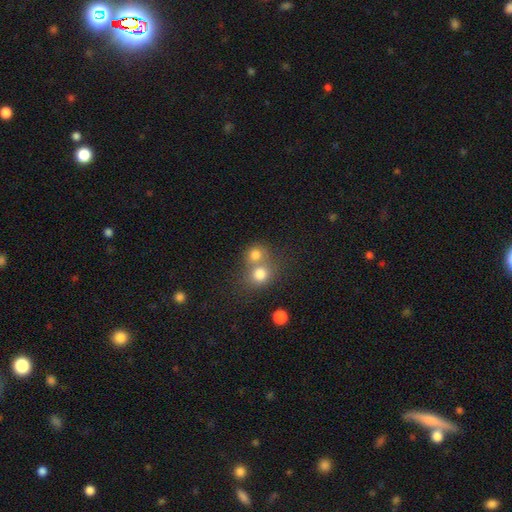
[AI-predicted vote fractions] A smooth galaxy with no disk features (76%) that is round (81%).

Vote fractions:
- Smooth or featured? smooth: 76% / star or artifact: 12% / featured or disk: 11%
- How rounded? round: 81% / in between: 18% / cigar-shaped: 1%
- Merging? merger: 53% / none: 38% / minor disturbance: 6% / major disturbance: 3%